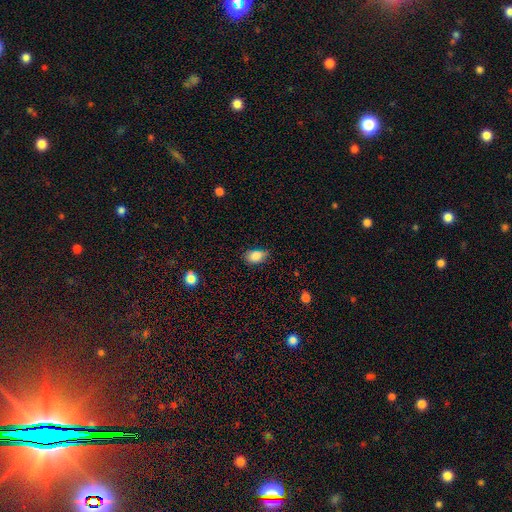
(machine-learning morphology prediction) smooth 85%, star or artifact 9%, featured or disk 6%. Down the decision tree: how rounded — in between (82%); merging — none (64%).